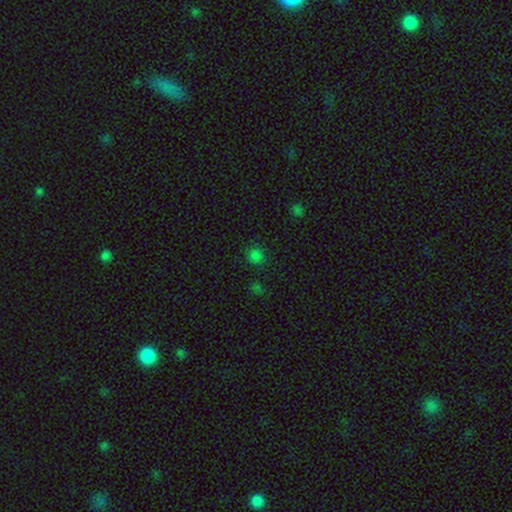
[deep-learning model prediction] Smooth or featured?
  - smooth: 76% *
  - star or artifact: 21%
  - featured or disk: 3%
How rounded?
  - round: 92% *
  - in between: 7%
  - cigar-shaped: 1%
Merging?
  - none: 86% *
  - minor disturbance: 9%
  - merger: 3%
  - major disturbance: 3%